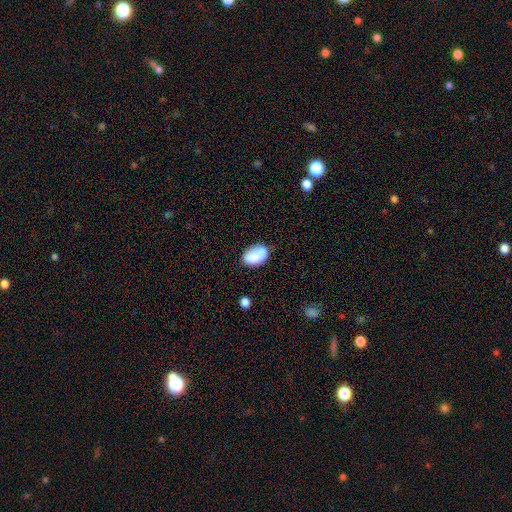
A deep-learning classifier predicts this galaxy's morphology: type=smooth (80%); roundness=in between (87%); merging=none (63%).